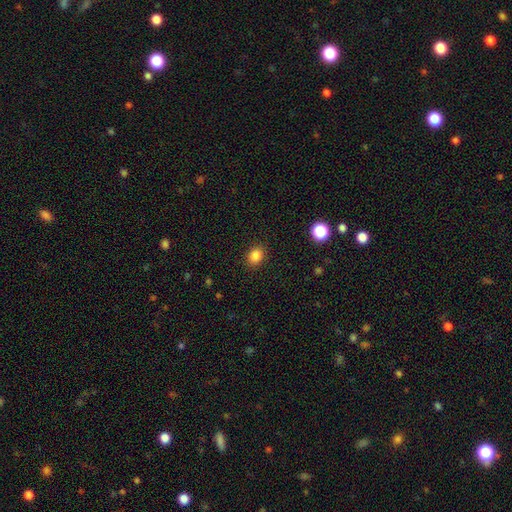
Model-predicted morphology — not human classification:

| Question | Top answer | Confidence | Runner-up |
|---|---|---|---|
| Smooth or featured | smooth | 84% | star or artifact (11%) |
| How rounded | round | 52% | in between (47%) |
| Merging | none | 89% | minor disturbance (7%) |